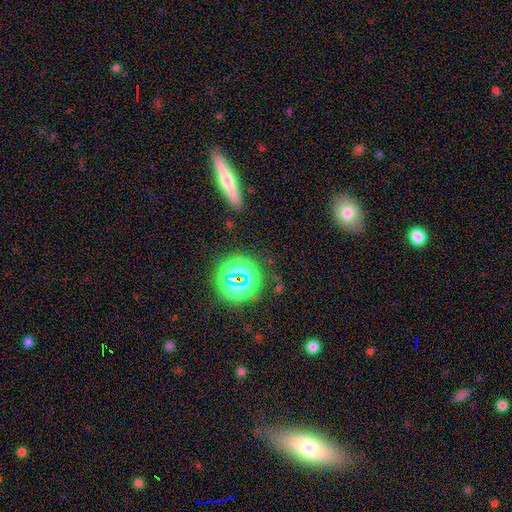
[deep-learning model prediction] smooth_or_featured: star or artifact (p=0.51) [alt: smooth p=0.31]